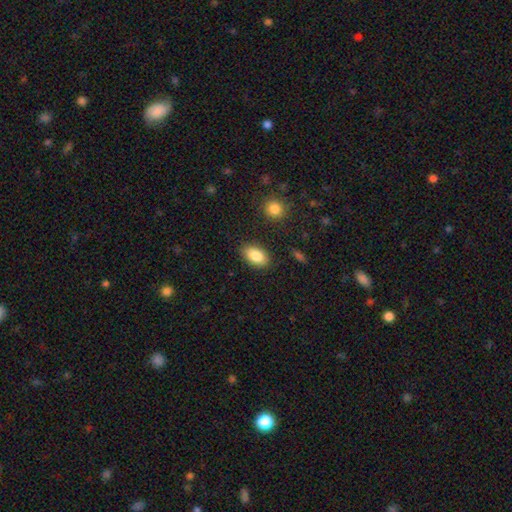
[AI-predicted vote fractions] smooth_or_featured: smooth (p=0.86) [alt: featured or disk p=0.07]
how_rounded: in between (p=0.92) [alt: round p=0.05]
merging: none (p=0.86) [alt: minor disturbance p=0.10]